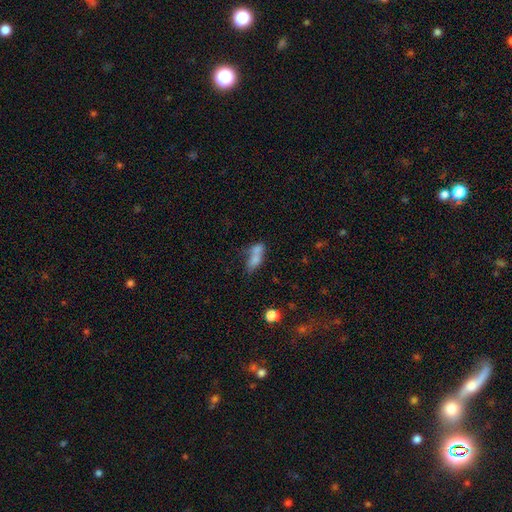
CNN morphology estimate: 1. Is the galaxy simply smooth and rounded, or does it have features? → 68% smooth, 21% featured or disk, 12% star or artifact.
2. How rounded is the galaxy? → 67% in between, 25% cigar-shaped, 8% round.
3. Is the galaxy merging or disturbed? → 54% merger, 24% none, 12% minor disturbance, 10% major disturbance.